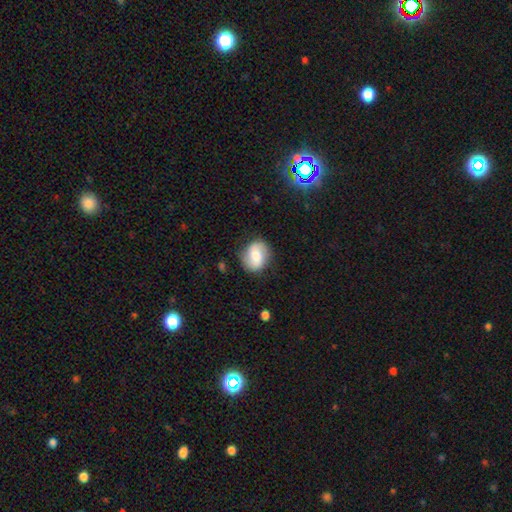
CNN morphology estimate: This appears to be a smooth galaxy with no disk features (47%). Merging: none (81%).